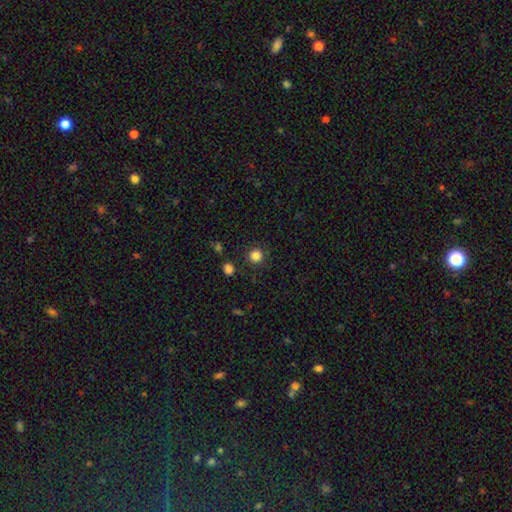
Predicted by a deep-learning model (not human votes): Smooth or featured? smooth (83%)
How rounded? round (95%)
Merging? none (88%)